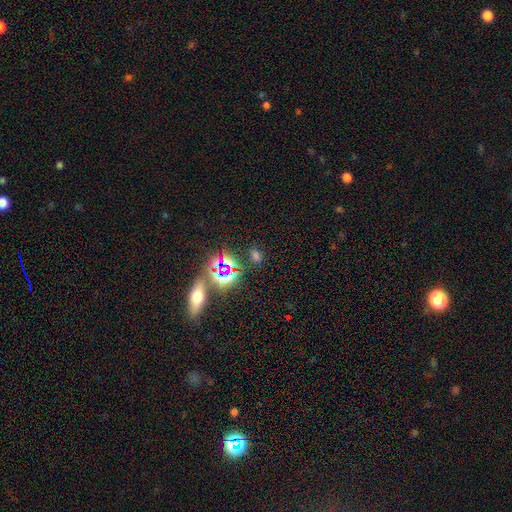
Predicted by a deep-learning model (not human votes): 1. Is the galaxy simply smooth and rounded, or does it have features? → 47% star or artifact, 45% smooth, 8% featured or disk.